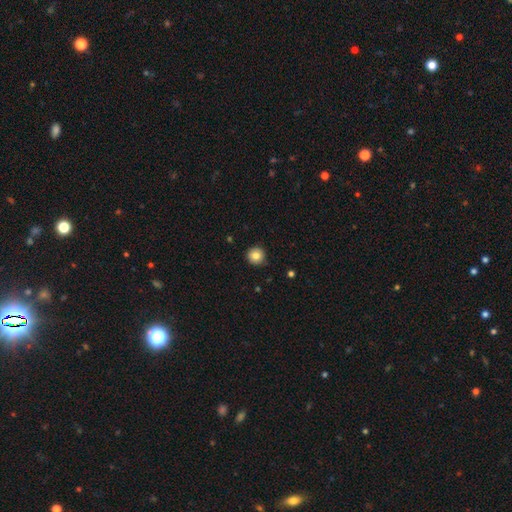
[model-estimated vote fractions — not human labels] Q: Smooth or featured?
A: smooth (82%); runner-up: star or artifact (9%)
Q: How rounded?
A: round (94%); runner-up: in between (5%)
Q: Merging?
A: none (90%); runner-up: minor disturbance (7%)